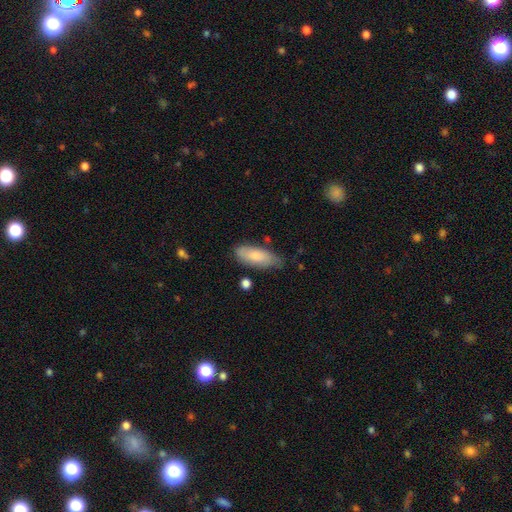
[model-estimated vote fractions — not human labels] Smooth or featured? smooth (76%)
How rounded? in between (75%)
Merging? none (65%)